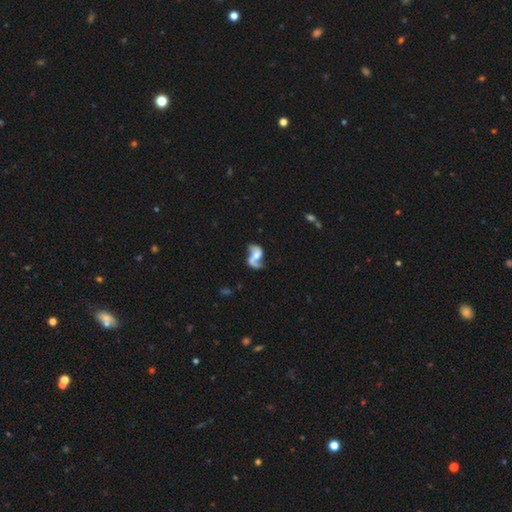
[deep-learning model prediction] Smooth or featured: featured or disk — 82% (smooth — 12%)
Edge-on disk: no — 97% (yes — 3%)
Bar: no — 45% (weak — 38%)
Spiral arms: yes — 93% (no — 7%)
Spiral winding: loose — 65% (medium — 28%)
Spiral arm count: 2 — 82% (1 — 13%)
Bulge size: moderate — 55% (small — 22%)
Merging: none — 54% (minor disturbance — 19%)